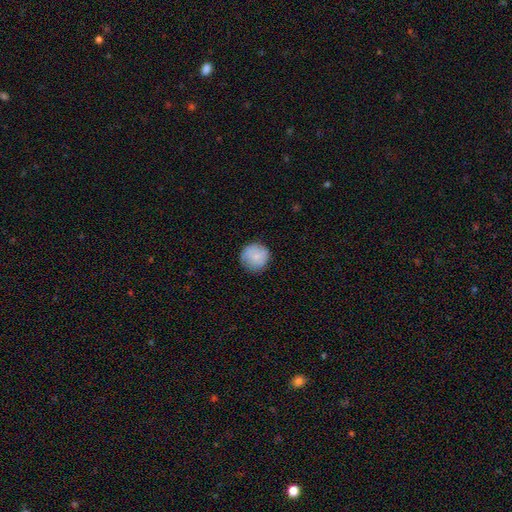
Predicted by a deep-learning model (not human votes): smooth-or-featured: smooth: 83% | featured or disk: 10% | star or artifact: 7%
  how-rounded: round: 94% | in between: 5% | cigar-shaped: 1%
  merging: none: 83% | minor disturbance: 14% | major disturbance: 3% | merger: 1%